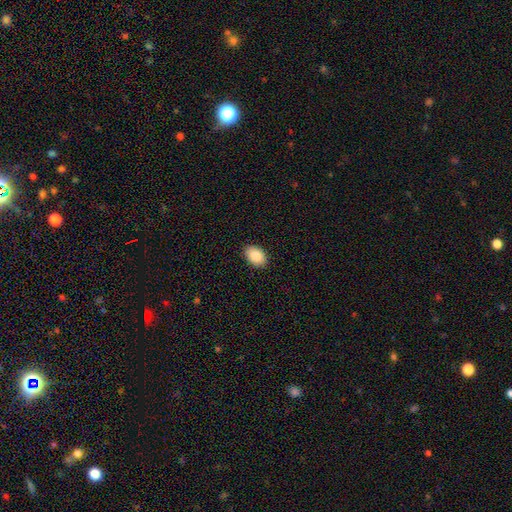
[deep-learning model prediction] Overall: smooth (88%). How rounded: in between (89%). Merging: none (90%).